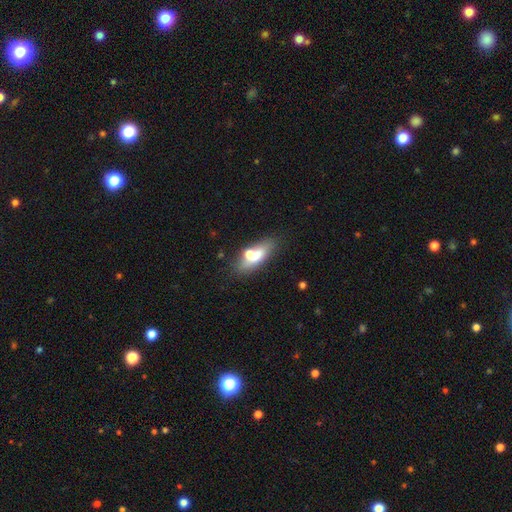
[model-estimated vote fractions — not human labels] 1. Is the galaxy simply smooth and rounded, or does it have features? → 60% smooth, 31% featured or disk, 9% star or artifact.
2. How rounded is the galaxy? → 71% in between, 23% cigar-shaped, 6% round.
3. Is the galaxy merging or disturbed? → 53% none, 23% merger, 16% minor disturbance, 8% major disturbance.